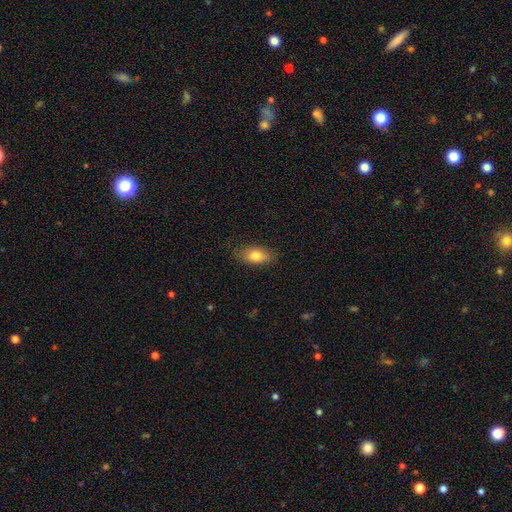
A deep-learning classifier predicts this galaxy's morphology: smooth_or_featured: smooth (p=0.79) [alt: featured or disk p=0.14]
how_rounded: in between (p=0.86) [alt: cigar-shaped p=0.09]
merging: none (p=0.83) [alt: minor disturbance p=0.13]